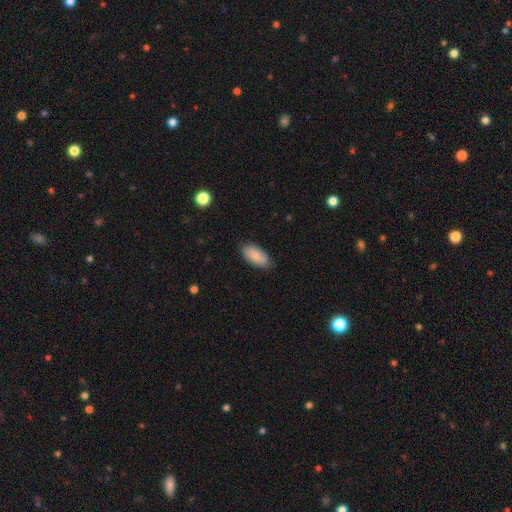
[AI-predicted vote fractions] Morphology: type=smooth (86%); roundness=in between (91%); merging=none (84%).